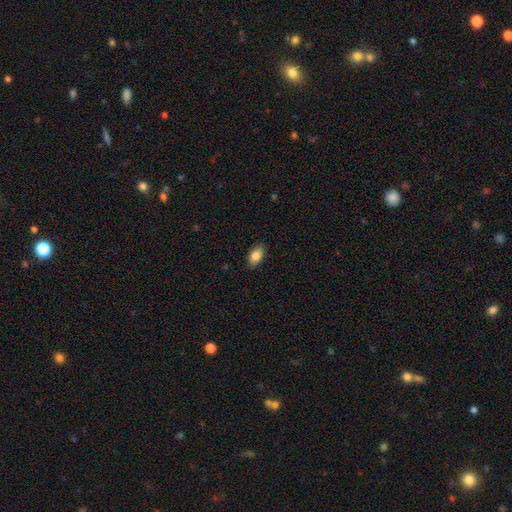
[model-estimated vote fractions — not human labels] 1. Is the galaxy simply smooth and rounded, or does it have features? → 85% smooth, 8% star or artifact, 7% featured or disk.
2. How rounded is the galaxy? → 90% in between, 8% round, 2% cigar-shaped.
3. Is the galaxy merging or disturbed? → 87% none, 10% minor disturbance, 2% major disturbance, 1% merger.